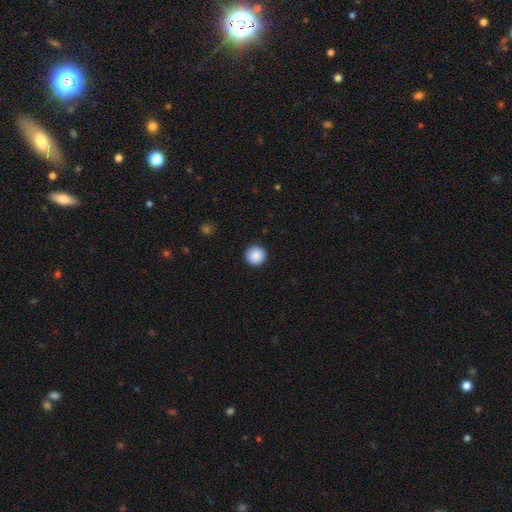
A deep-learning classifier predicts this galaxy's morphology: Smooth or featured: smooth — 89% (star or artifact — 8%)
How rounded: round — 96% (in between — 3%)
Merging: none — 93% (minor disturbance — 5%)